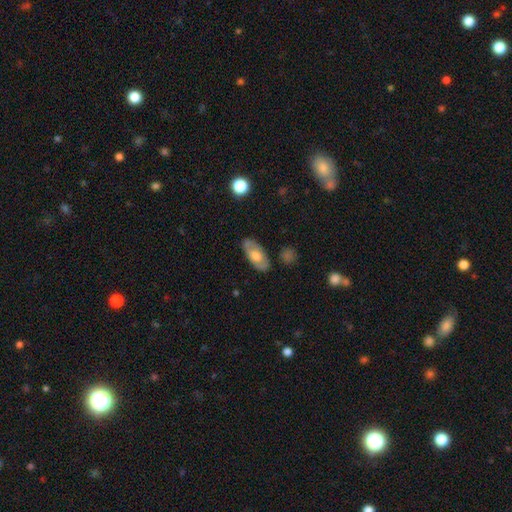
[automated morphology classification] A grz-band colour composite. It shows a smooth galaxy with no disk features (55%) that is in between round and cigar-shaped (87%). Merging: none (79%).